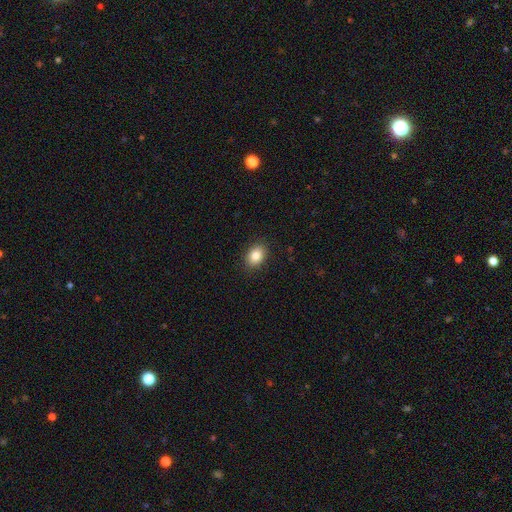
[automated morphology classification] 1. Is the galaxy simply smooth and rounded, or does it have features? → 85% smooth, 9% star or artifact, 6% featured or disk.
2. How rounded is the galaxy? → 71% in between, 28% round, 1% cigar-shaped.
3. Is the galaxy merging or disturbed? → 89% none, 8% minor disturbance, 2% major disturbance, 1% merger.